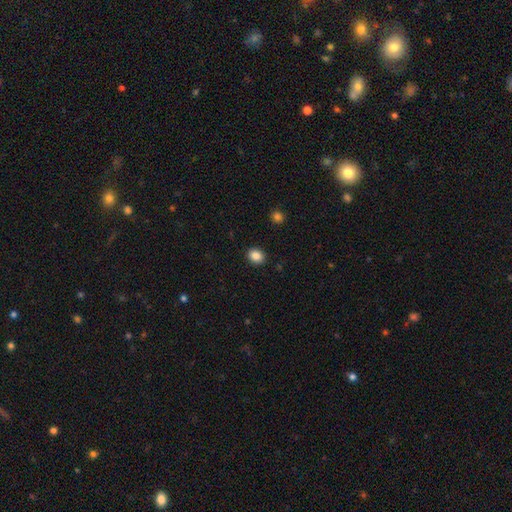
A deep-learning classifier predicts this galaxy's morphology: smooth 86%, star or artifact 10%, featured or disk 4%. Down the decision tree: how rounded — round (63%); merging — none (91%).